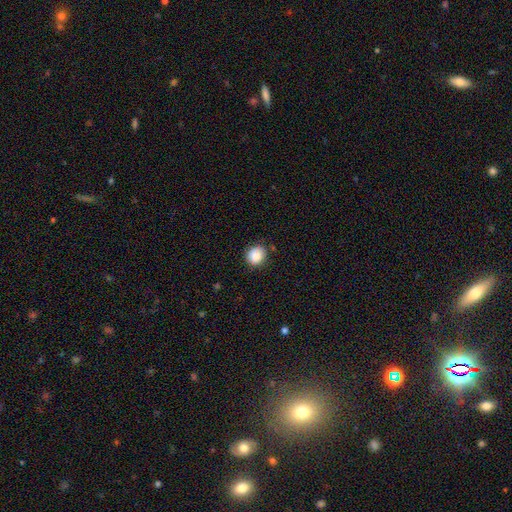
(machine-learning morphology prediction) Smooth or featured?
  - smooth: 87% *
  - star or artifact: 9%
  - featured or disk: 4%
How rounded?
  - round: 81% *
  - in between: 18%
  - cigar-shaped: 1%
Merging?
  - none: 81% *
  - minor disturbance: 14%
  - major disturbance: 3%
  - merger: 2%